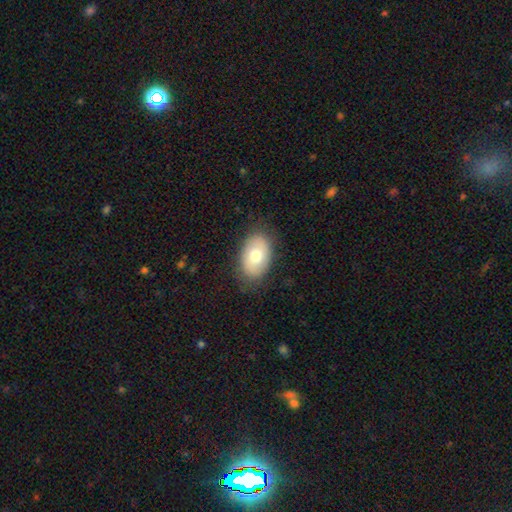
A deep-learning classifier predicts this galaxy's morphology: type=smooth (71%); roundness=in between (88%); merging=none (82%).